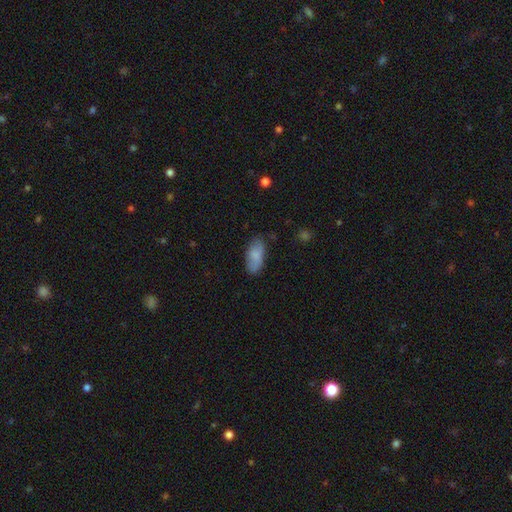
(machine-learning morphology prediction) Q: Smooth or featured?
A: smooth (83%); runner-up: featured or disk (10%)
Q: How rounded?
A: in between (89%); runner-up: cigar-shaped (9%)
Q: Merging?
A: none (76%); runner-up: minor disturbance (18%)